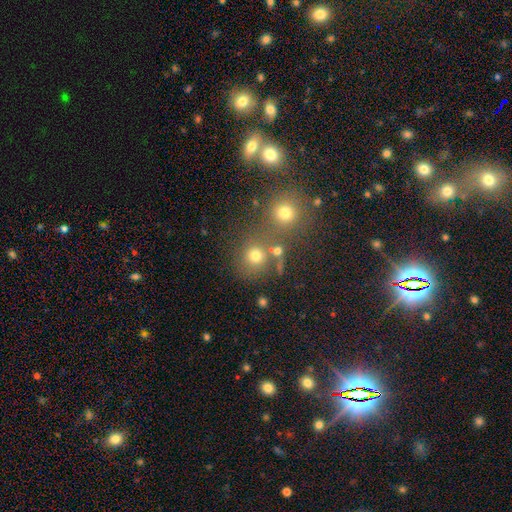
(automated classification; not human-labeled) This is likely a smooth galaxy (72%). How rounded: clearly round (87%). Merging: likely none (63%).